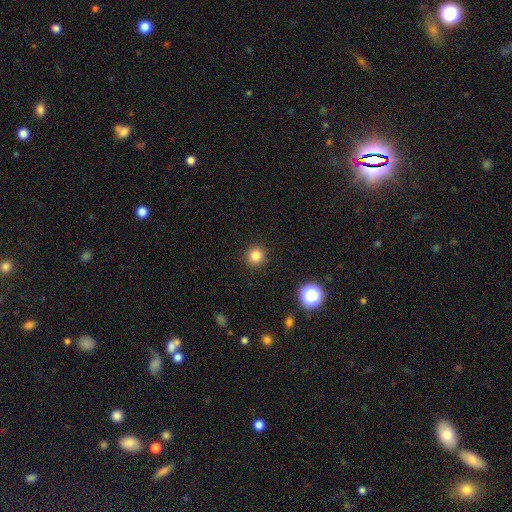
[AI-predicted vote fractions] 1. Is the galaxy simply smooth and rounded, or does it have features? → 83% smooth, 13% star or artifact, 4% featured or disk.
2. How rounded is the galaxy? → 94% round, 5% in between, 1% cigar-shaped.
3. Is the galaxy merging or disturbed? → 92% none, 5% minor disturbance, 2% major disturbance, 1% merger.